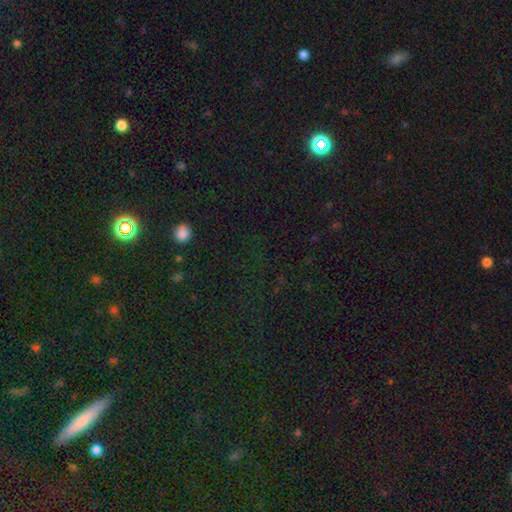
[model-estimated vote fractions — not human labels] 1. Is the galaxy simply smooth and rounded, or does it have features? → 70% star or artifact, 22% smooth, 8% featured or disk.